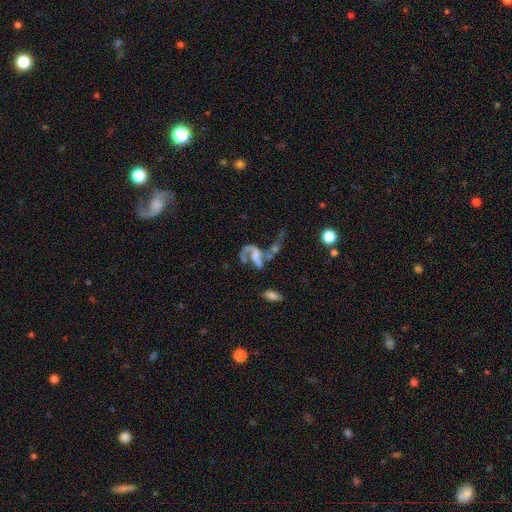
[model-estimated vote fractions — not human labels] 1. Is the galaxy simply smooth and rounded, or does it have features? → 75% featured or disk, 15% smooth, 10% star or artifact.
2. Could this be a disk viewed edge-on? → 96% no, 4% yes.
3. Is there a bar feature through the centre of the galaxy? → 51% no, 34% weak, 15% strong.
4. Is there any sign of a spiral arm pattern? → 81% yes, 19% no.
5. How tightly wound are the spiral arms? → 67% loose, 26% medium, 7% tight.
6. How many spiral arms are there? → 66% 2, 25% 1, 5% can't tell, 2% 3, 1% 4, 1% more than 4.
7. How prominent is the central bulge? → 36% none, 28% moderate, 24% small, 10% large, 2% dominant.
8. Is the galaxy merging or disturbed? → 39% merger, 30% major disturbance, 21% none, 10% minor disturbance.